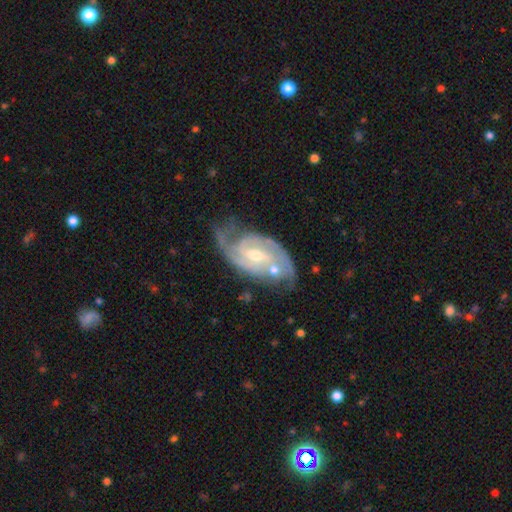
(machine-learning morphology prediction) Smooth or featured? Predicted: featured or disk (p=0.89). Edge-on disk? Predicted: no (p=0.96). Bar? Predicted: weak (p=0.53). Spiral arms? Predicted: yes (p=0.97). Spiral winding? Predicted: medium (p=0.45, tied with tight). Spiral arm count? Predicted: 2 (p=0.71). Bulge size? Predicted: small (p=0.48, tied with moderate). Merging? Predicted: none (p=0.55).